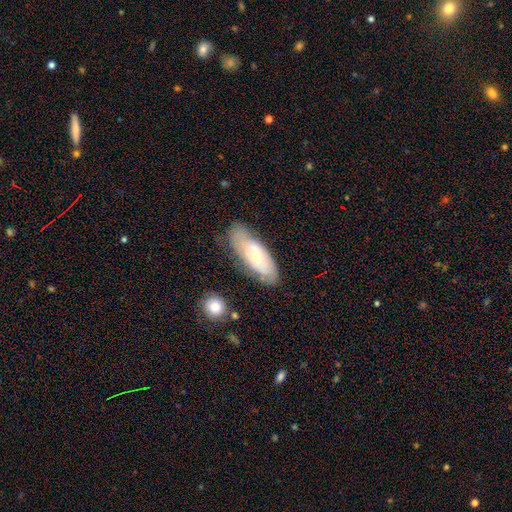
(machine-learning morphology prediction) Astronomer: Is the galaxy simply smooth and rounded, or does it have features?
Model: smooth — 48% (runner-up: featured or disk, 45%).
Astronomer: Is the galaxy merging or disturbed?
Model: none — 73%.